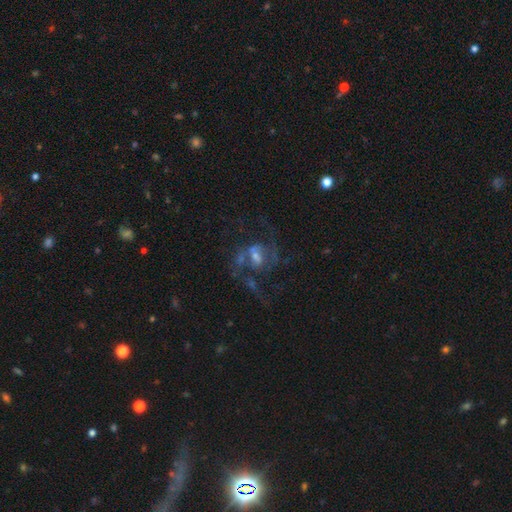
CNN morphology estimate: A featured or disk galaxy (76%) with a weak bar (43%), 2 (69%) medium (46%) spiral arms (83%) and a moderate central bulge (44%). Merging: none (41%).